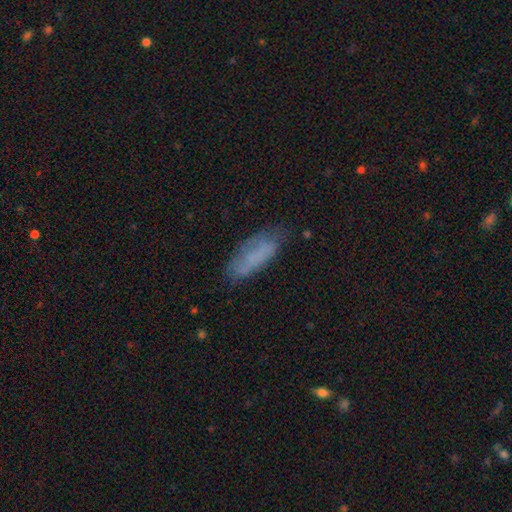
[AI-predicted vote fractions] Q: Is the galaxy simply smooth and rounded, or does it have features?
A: smooth — 63%.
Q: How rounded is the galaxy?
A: in between — 60%.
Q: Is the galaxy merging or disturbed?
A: none — 64%.